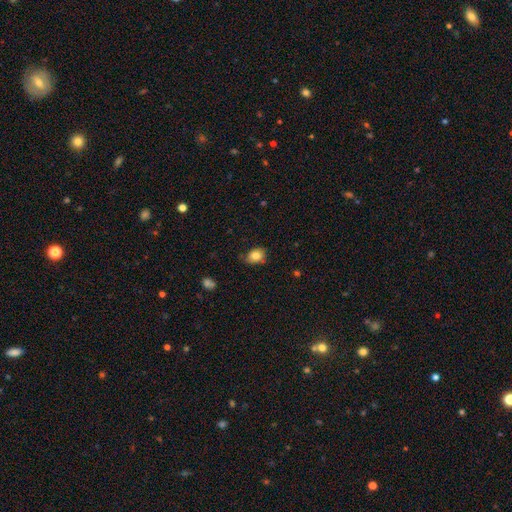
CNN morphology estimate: Smooth or featured: smooth — 81% (featured or disk — 9%)
How rounded: in between — 63% (round — 36%)
Merging: none — 65% (minor disturbance — 28%)